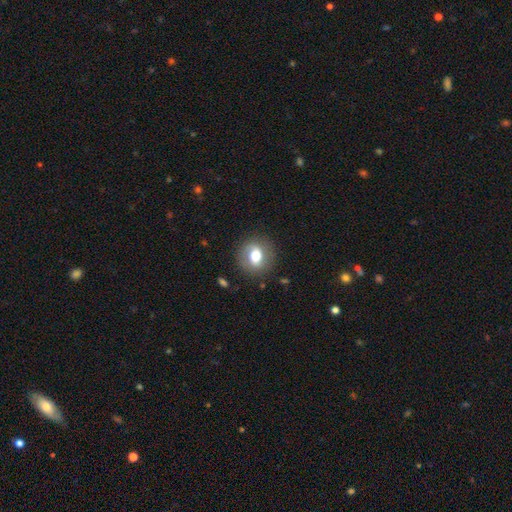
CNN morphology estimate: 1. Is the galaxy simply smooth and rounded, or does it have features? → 61% smooth, 31% featured or disk, 9% star or artifact.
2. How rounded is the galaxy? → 71% round, 28% in between, 1% cigar-shaped.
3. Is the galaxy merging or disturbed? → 82% none, 12% minor disturbance, 5% major disturbance, 1% merger.